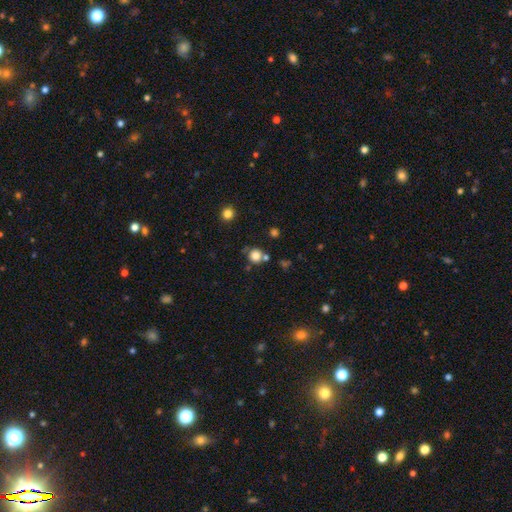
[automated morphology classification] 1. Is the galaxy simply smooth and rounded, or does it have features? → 79% smooth, 13% star or artifact, 8% featured or disk.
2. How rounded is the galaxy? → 89% round, 10% in between, 1% cigar-shaped.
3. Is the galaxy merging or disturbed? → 67% none, 16% merger, 12% minor disturbance, 4% major disturbance.